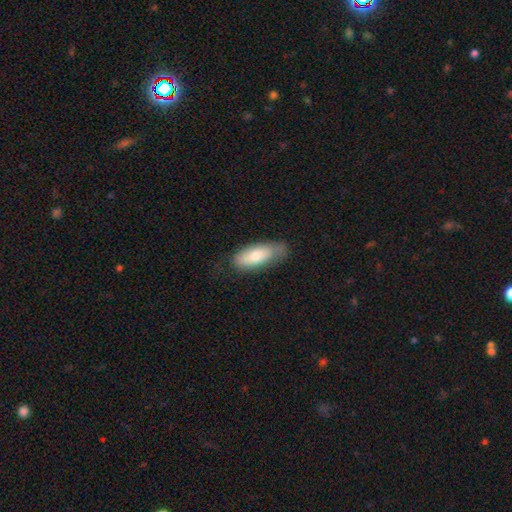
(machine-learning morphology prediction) This appears to be a smooth galaxy with no disk features (75%) that is in between round and cigar-shaped (75%). Merging: none (65%).